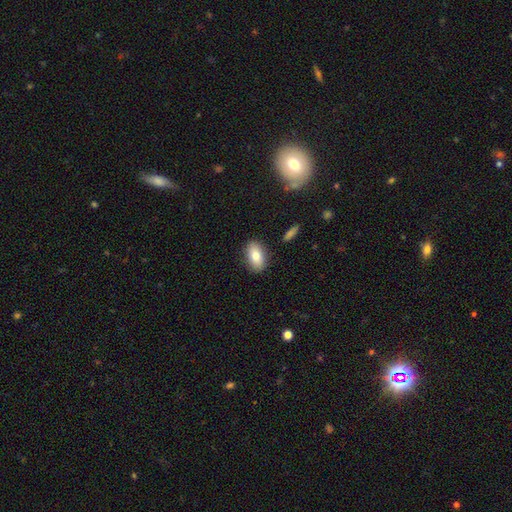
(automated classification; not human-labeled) Smooth or featured: smooth — 79% (featured or disk — 13%)
How rounded: in between — 90% (round — 7%)
Merging: none — 85% (minor disturbance — 10%)